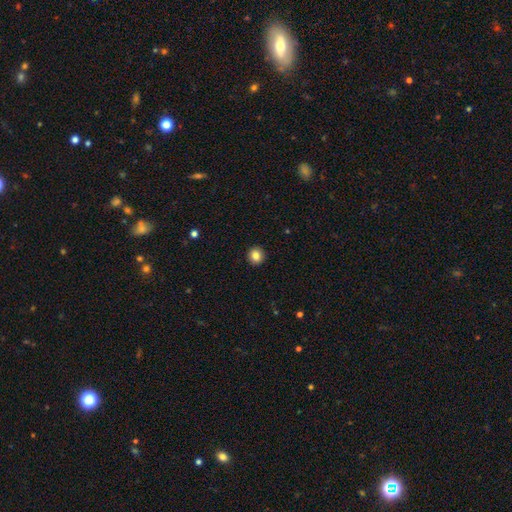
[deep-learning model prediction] A smooth galaxy with no disk features (84%) that is round (91%).

Vote fractions:
- Smooth or featured? smooth: 84% / star or artifact: 10% / featured or disk: 7%
- How rounded? round: 91% / in between: 8% / cigar-shaped: 1%
- Merging? none: 93% / minor disturbance: 5% / major disturbance: 2% / merger: 1%